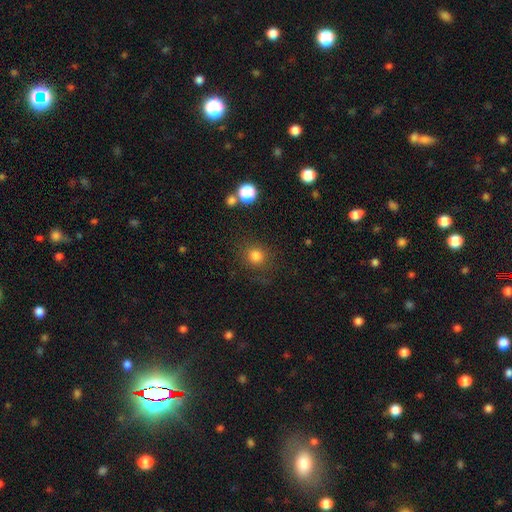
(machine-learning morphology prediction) Smooth or featured?
  - smooth: 81% *
  - star or artifact: 13%
  - featured or disk: 6%
How rounded?
  - round: 88% *
  - in between: 11%
  - cigar-shaped: 1%
Merging?
  - none: 82% *
  - minor disturbance: 10%
  - major disturbance: 5%
  - merger: 2%